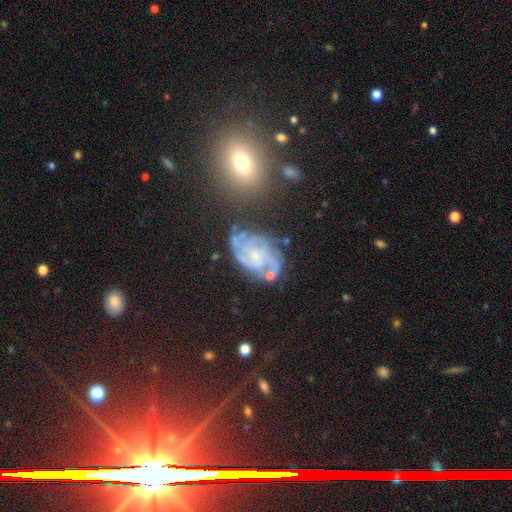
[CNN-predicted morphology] Overall: featured or disk (81%). Edge-on disk: no (97%). Bar: no (64%; weak 30%). Spiral arms: yes (95%). Spiral arm count: 3 (29%; can't tell 23%). Spiral winding: tight (55%; medium 37%). Bulge size: small (72%). Merging: none (64%).